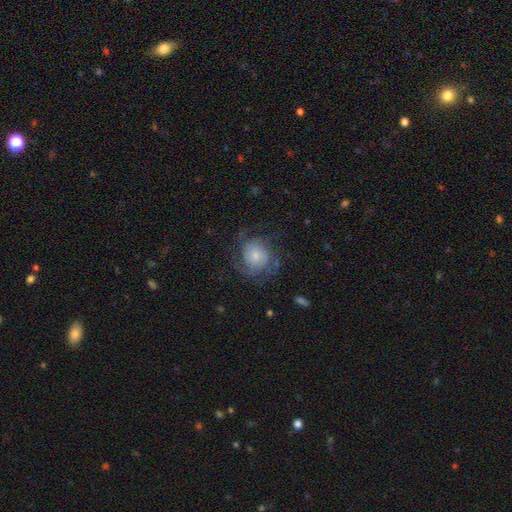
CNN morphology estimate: smooth-or-featured: featured or disk: 58% | smooth: 34% | star or artifact: 8%
  disk-edge-on: no: 98% | yes: 2%
    bar: no: 76% | weak: 21% | strong: 3%
    has-spiral-arms: yes: 85% | no: 15%
    bulge-size: small: 52% | moderate: 32% | large: 8% | none: 5% | dominant: 2%
  merging: none: 59% | major disturbance: 20% | minor disturbance: 20% | merger: 2%